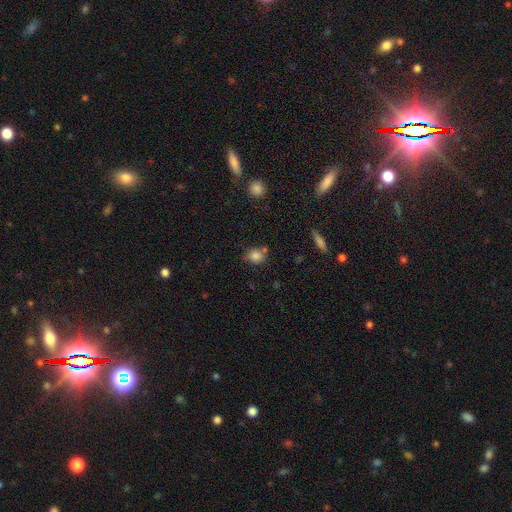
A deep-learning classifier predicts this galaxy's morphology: Smooth or featured? Predicted: smooth (p=0.81). How rounded? Predicted: round (p=0.72). Merging? Predicted: none (p=0.66).